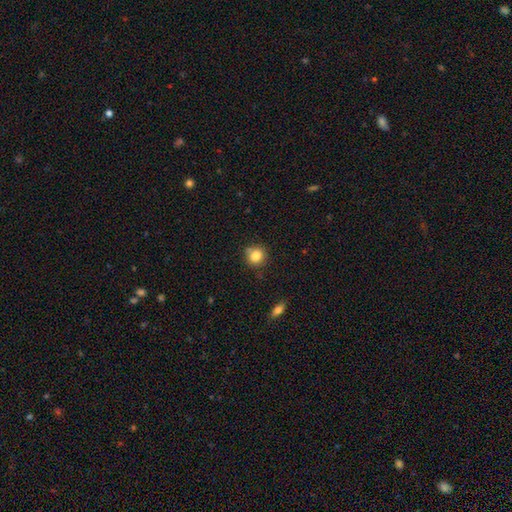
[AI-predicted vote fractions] Smooth or featured: smooth — 83% (star or artifact — 10%)
How rounded: round — 87% (in between — 12%)
Merging: none — 76% (minor disturbance — 14%)